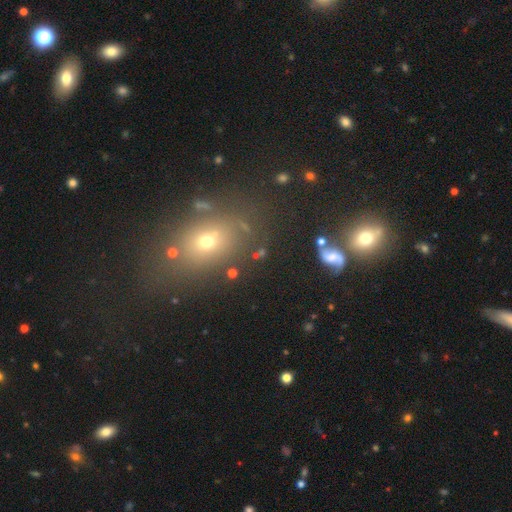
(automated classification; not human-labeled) Smooth or featured?
  - smooth: 55% *
  - star or artifact: 26%
  - featured or disk: 19%
How rounded?
  - in between: 59% *
  - round: 39%
  - cigar-shaped: 3%
Merging?
  - none: 67% *
  - minor disturbance: 14%
  - merger: 11%
  - major disturbance: 9%